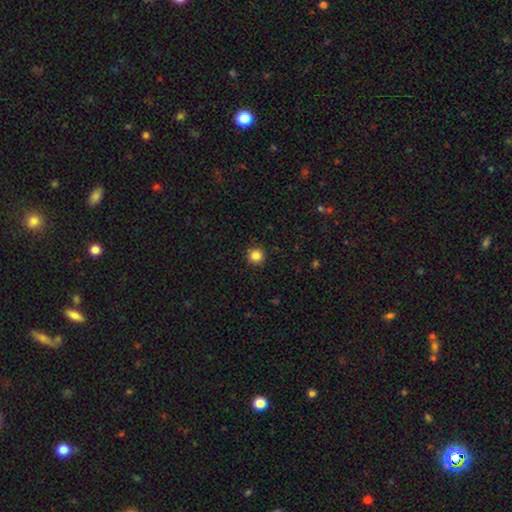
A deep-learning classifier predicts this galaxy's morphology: smooth-or-featured: smooth: 85% | star or artifact: 11% | featured or disk: 3%
  how-rounded: round: 95% | in between: 4% | cigar-shaped: 1%
  merging: none: 93% | minor disturbance: 5% | major disturbance: 2% | merger: 1%